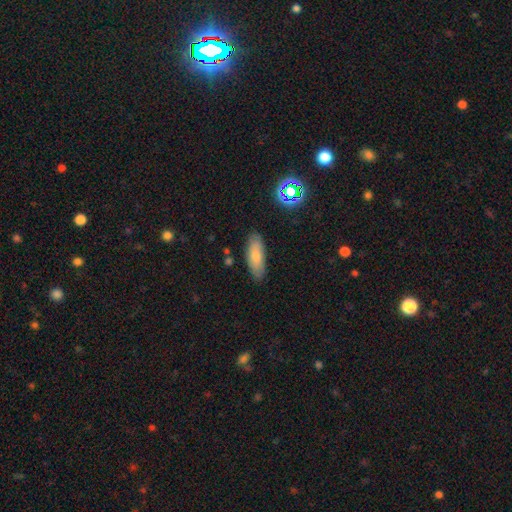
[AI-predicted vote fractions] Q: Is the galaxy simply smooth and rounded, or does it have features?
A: smooth — 74%.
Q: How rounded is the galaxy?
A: in between — 72%.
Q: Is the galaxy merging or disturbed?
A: none — 83%.